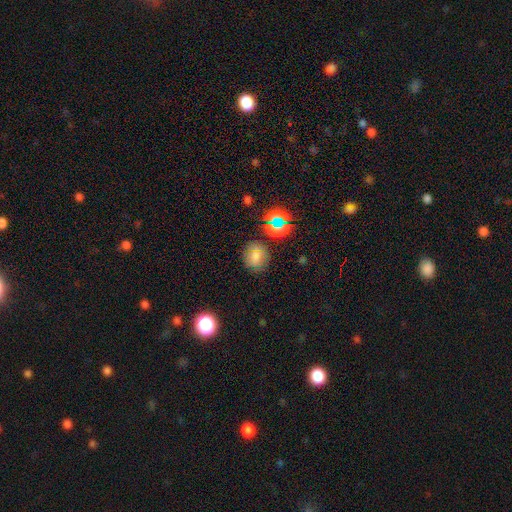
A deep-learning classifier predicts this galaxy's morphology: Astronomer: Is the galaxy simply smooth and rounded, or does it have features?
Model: smooth — 65%.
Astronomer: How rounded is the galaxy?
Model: round — 74%.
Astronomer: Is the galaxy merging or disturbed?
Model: none — 75%.